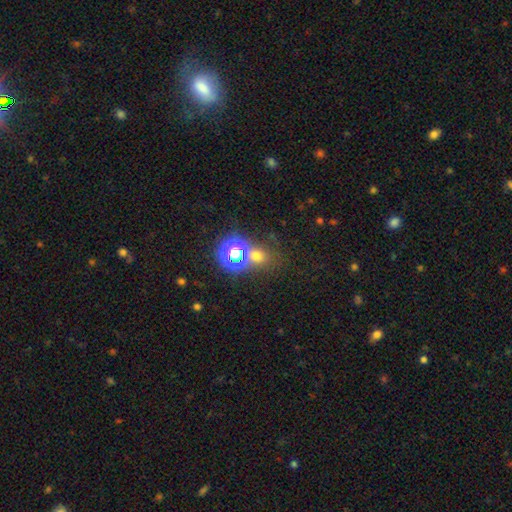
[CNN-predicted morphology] Overall: smooth (55%; star or artifact 37%). How rounded: round (74%). Merging: none (67%).